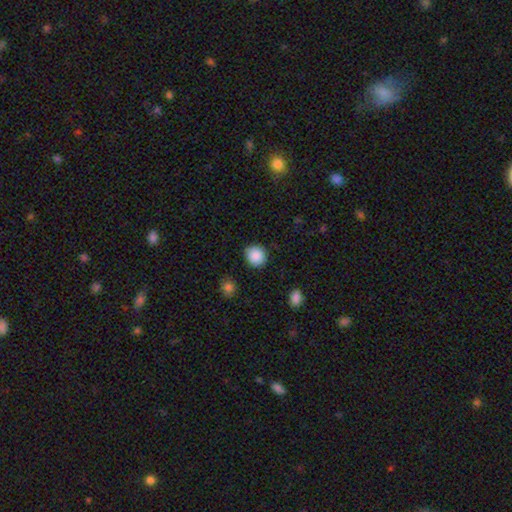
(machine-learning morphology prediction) smooth-or-featured: smooth: 89% | star or artifact: 8% | featured or disk: 3%
  how-rounded: round: 83% | in between: 16% | cigar-shaped: 1%
  merging: none: 89% | minor disturbance: 8% | major disturbance: 2% | merger: 1%